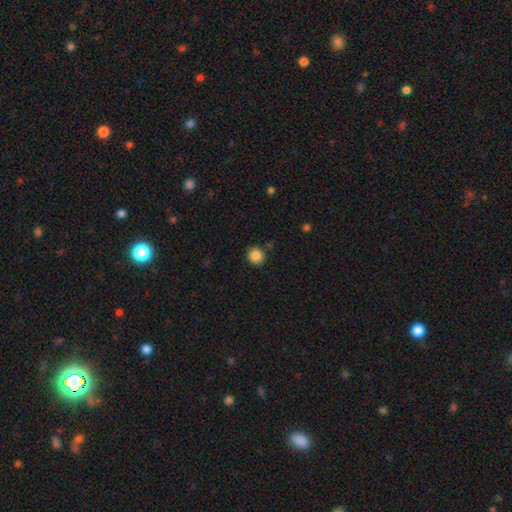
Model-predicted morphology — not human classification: A smooth galaxy with no disk features (86%) that is round (90%).

Vote fractions:
- Smooth or featured? smooth: 86% / star or artifact: 10% / featured or disk: 4%
- How rounded? round: 90% / in between: 9% / cigar-shaped: 1%
- Merging? none: 88% / minor disturbance: 7% / merger: 3% / major disturbance: 2%